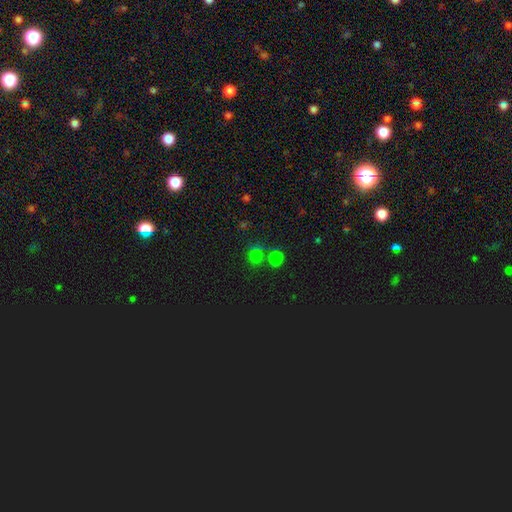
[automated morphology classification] Smooth or featured: smooth — 66% (star or artifact — 27%)
How rounded: round — 86% (in between — 13%)
Merging: none — 61% (merger — 24%)